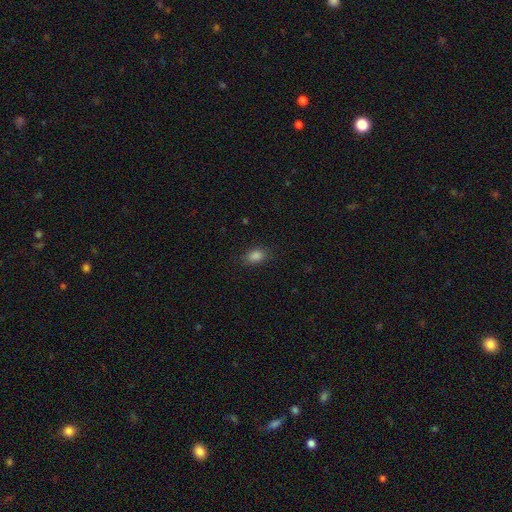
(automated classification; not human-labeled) smooth 84%, star or artifact 11%, featured or disk 4%. Down the decision tree: how rounded — in between (80%); merging — none (84%).